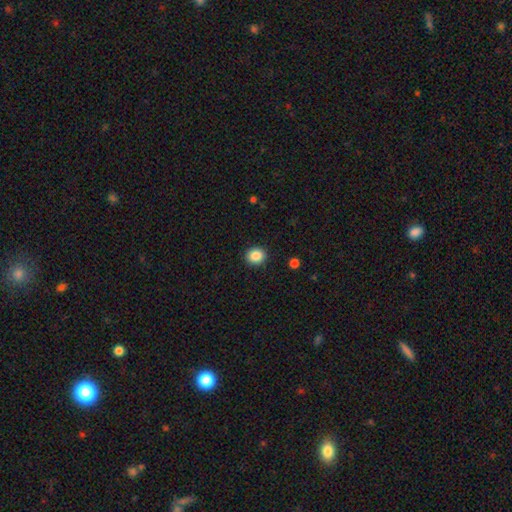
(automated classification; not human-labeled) A smooth galaxy with no disk features (87%) that is round (80%). Merging: none (91%).